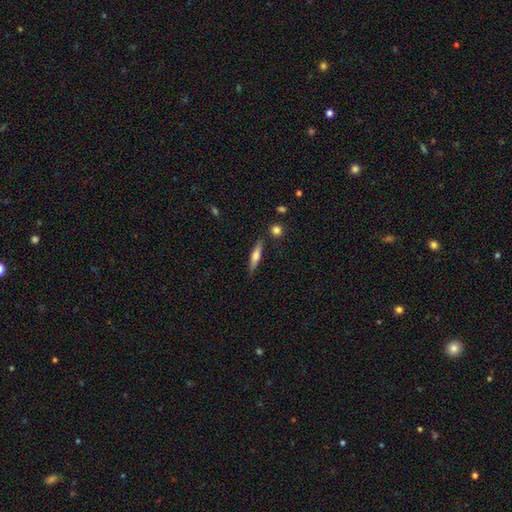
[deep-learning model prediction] Smooth or featured? smooth (58%)
How rounded? cigar-shaped (83%)
Merging? none (84%)